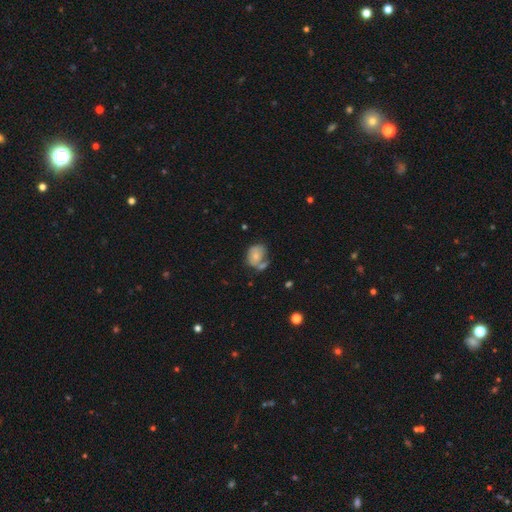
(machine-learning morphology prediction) Overall: smooth (56%; featured or disk 35%). How rounded: in between (54%; round 45%). Merging: none (37%; merger 27%).